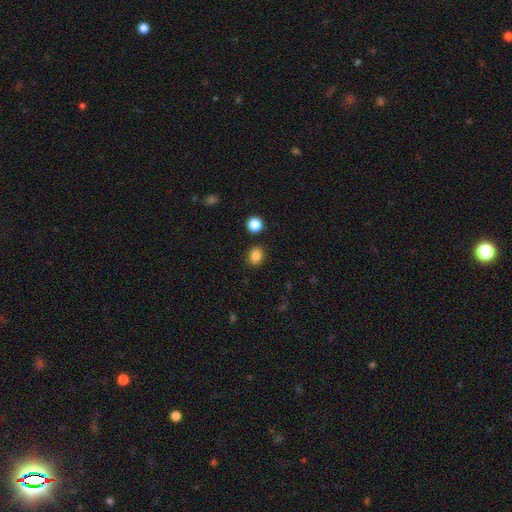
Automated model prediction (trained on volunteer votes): This appears to be a smooth galaxy with no disk features (85%) that is round (62%). Merging: none (87%).